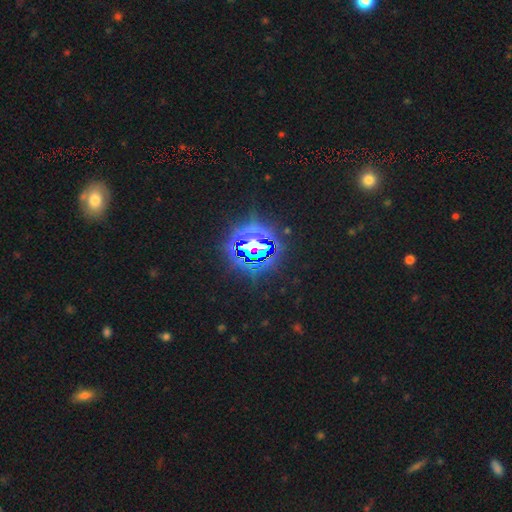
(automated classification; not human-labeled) Smooth or featured?
  - star or artifact: 83% *
  - smooth: 10%
  - featured or disk: 7%